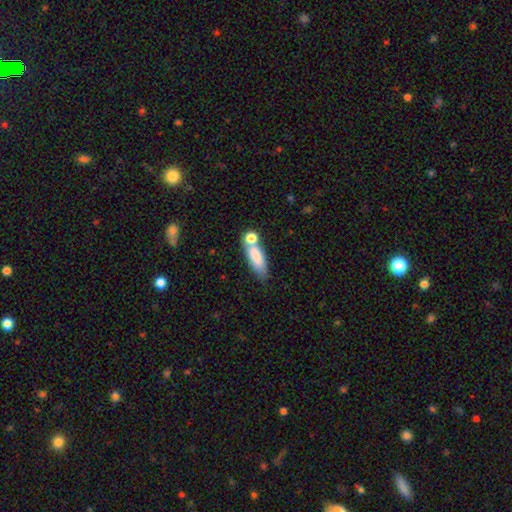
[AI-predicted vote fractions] smooth_or_featured: smooth (p=0.78) [alt: featured or disk p=0.14]
how_rounded: in between (p=0.59) [alt: cigar-shaped p=0.37]
merging: none (p=0.44) [alt: merger p=0.35]